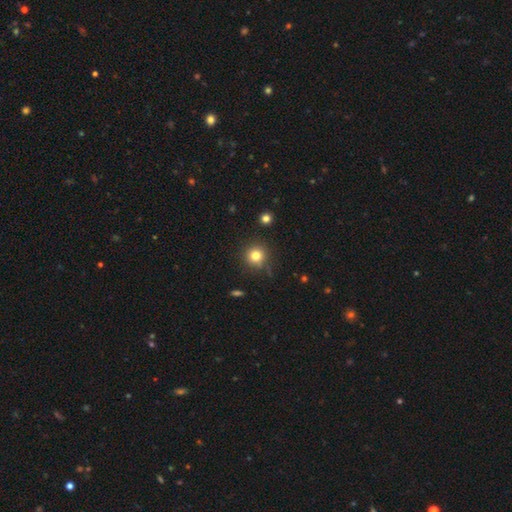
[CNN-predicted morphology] This is likely a smooth galaxy (80%). How rounded: clearly round (94%). Merging: clearly none (85%).